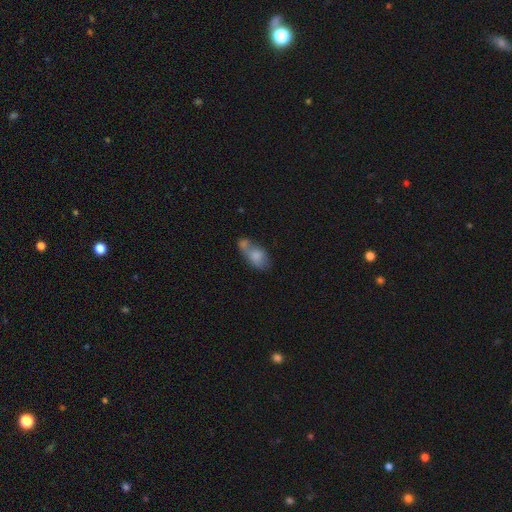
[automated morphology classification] The model was most divided on "merging": merger: 45%, none: 27%, minor disturbance: 17%, major disturbance: 10%. More confident: how rounded — in between (85%); smooth or featured — smooth (71%).